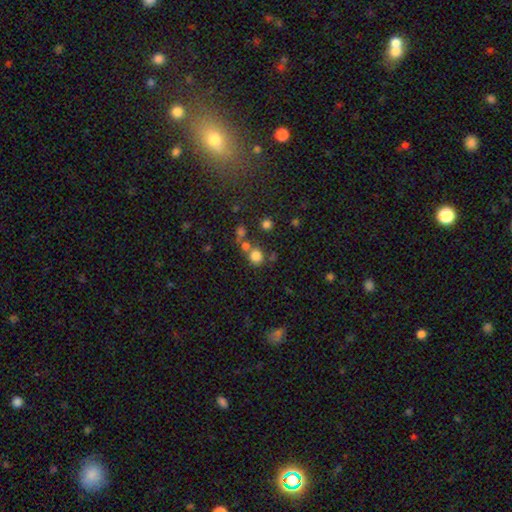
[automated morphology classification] type=smooth (76%); roundness=round (84%); merging=none (57%).